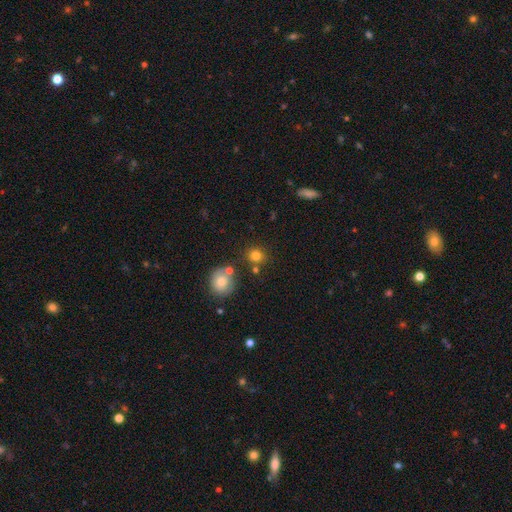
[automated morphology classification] Smooth or featured?
  - smooth: 79% *
  - star or artifact: 13%
  - featured or disk: 7%
How rounded?
  - round: 84% *
  - in between: 15%
  - cigar-shaped: 1%
Merging?
  - none: 76% *
  - merger: 12%
  - minor disturbance: 9%
  - major disturbance: 3%